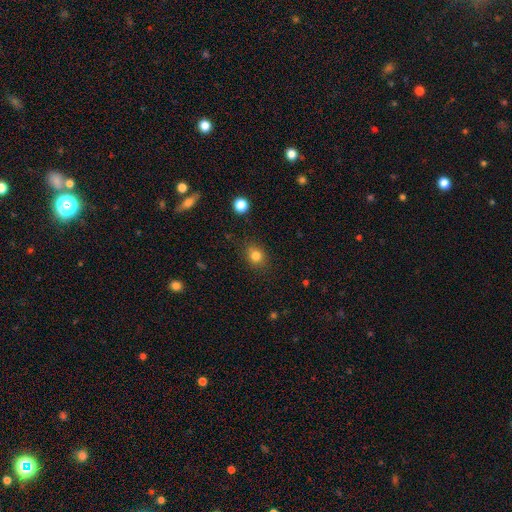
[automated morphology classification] Smooth or featured? Predicted: smooth (p=0.81). How rounded? Predicted: round (p=0.68). Merging? Predicted: none (p=0.84).